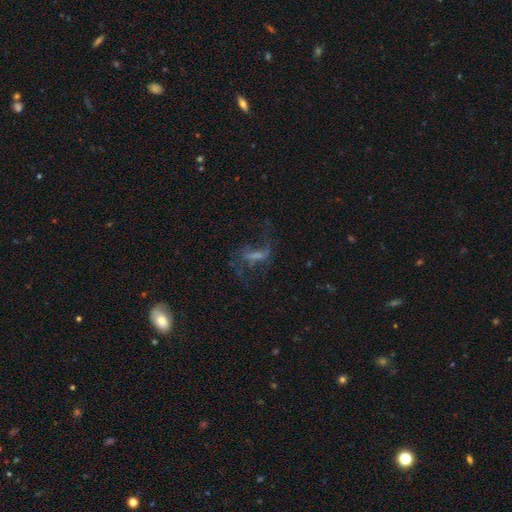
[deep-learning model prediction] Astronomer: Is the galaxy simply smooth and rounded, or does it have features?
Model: featured or disk — 57%.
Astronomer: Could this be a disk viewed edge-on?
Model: no — 88%.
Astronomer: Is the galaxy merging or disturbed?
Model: none — 46% (runner-up: major disturbance, 35%).